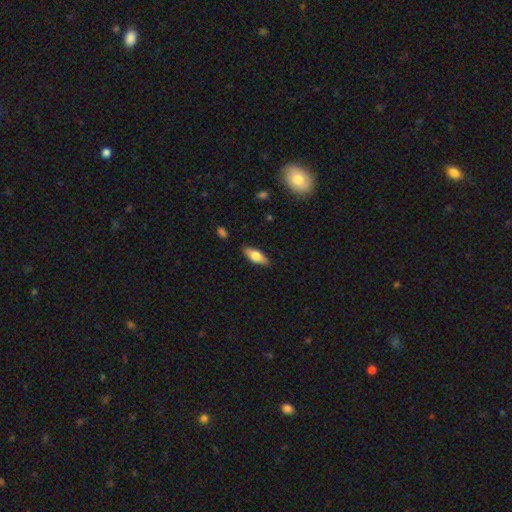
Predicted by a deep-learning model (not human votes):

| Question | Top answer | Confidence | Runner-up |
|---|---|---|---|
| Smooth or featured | smooth | 67% | featured or disk (27%) |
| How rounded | in between | 73% | cigar-shaped (25%) |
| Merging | none | 87% | minor disturbance (10%) |